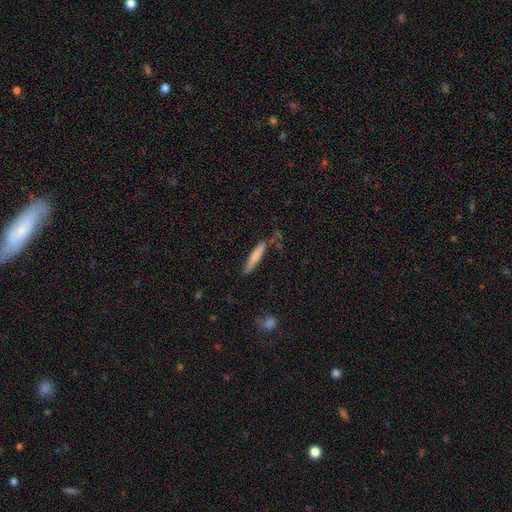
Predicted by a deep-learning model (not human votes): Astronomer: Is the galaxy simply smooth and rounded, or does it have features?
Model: smooth — 72%.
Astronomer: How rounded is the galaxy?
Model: cigar-shaped — 92%.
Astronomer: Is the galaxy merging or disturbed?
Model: none — 77%.